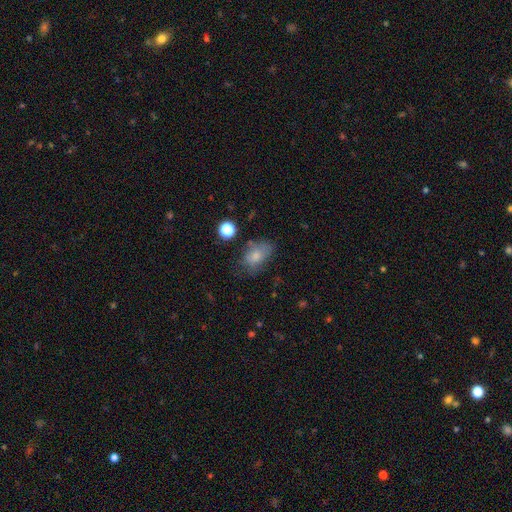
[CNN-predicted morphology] A smooth galaxy with no disk features (76%) that is in between round and cigar-shaped (83%).

Vote fractions:
- Smooth or featured? smooth: 76% / featured or disk: 14% / star or artifact: 10%
- How rounded? in between: 83% / round: 16% / cigar-shaped: 2%
- Merging? none: 55% / minor disturbance: 28% / major disturbance: 13% / merger: 5%